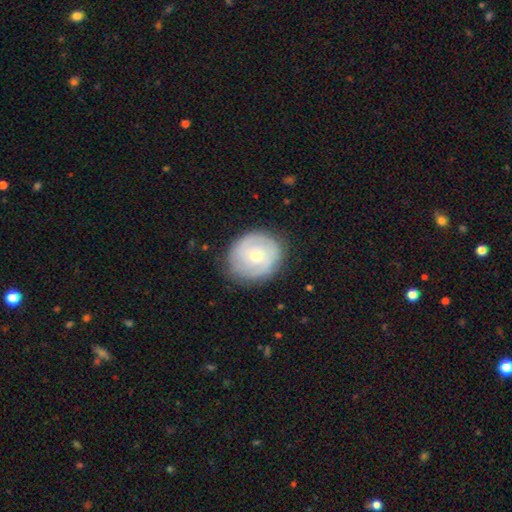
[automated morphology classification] A featured or disk galaxy (58%) with no bar (78%), spiral arms (68%) and a moderate central bulge (52%).

Vote fractions:
- Smooth or featured? featured or disk: 58% / smooth: 35% / star or artifact: 7%
- Edge-on disk? no: 97% / yes: 3%
- Bar? no: 78% / weak: 18% / strong: 4%
- Spiral arms? yes: 68% / no: 32%
- Bulge size? moderate: 52% / small: 44% / large: 2% / none: 1% / dominant: 1%
- Merging? none: 82% / minor disturbance: 13% / major disturbance: 4% / merger: 1%